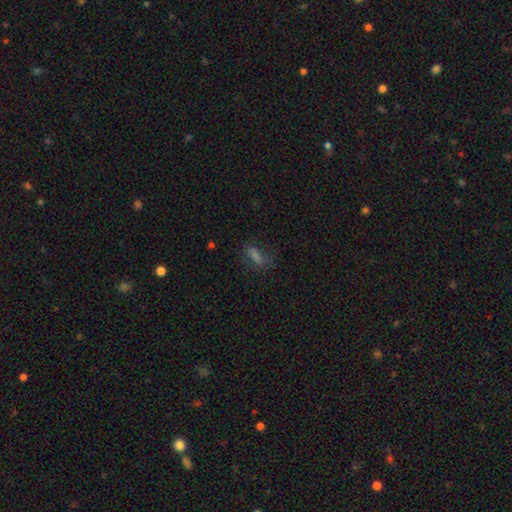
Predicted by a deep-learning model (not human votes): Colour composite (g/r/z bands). It shows a smooth galaxy with no disk features (60%) that is cigar-shaped (48%). Merging: none (69%).